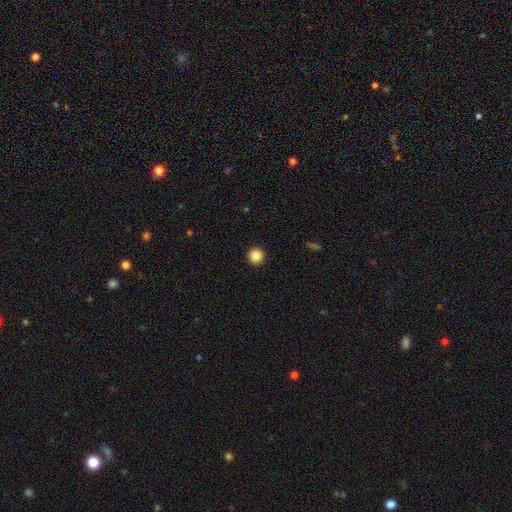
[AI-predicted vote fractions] Smooth or featured? smooth (87%)
How rounded? round (96%)
Merging? none (94%)